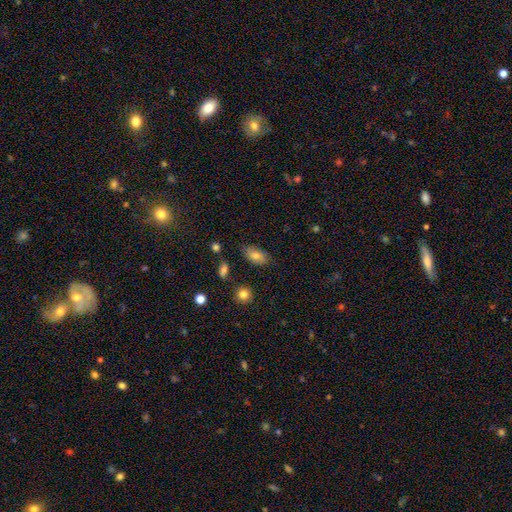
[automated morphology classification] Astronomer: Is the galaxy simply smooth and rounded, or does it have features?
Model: smooth — 69%.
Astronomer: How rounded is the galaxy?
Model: in between — 91%.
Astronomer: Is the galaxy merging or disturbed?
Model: none — 76%.